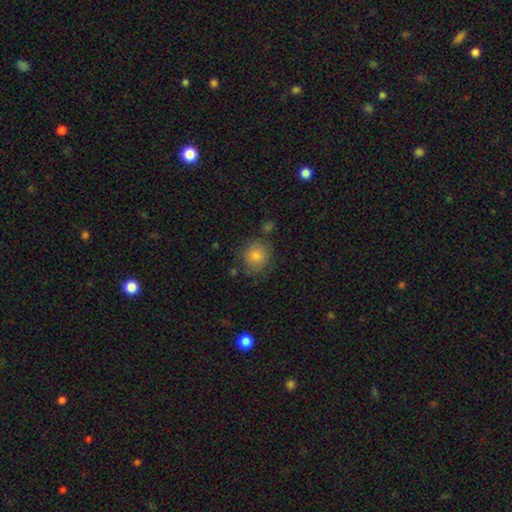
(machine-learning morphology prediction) smooth 80%, star or artifact 12%, featured or disk 8%. Down the decision tree: how rounded — round (85%); merging — none (78%).